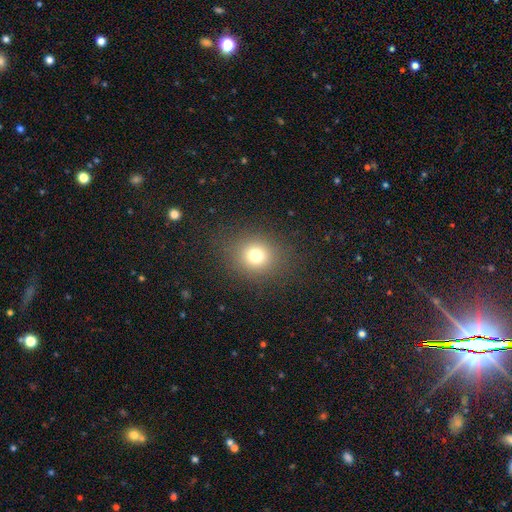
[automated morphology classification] A smooth galaxy with no disk features (75%) that is round (80%). Merging: none (86%).